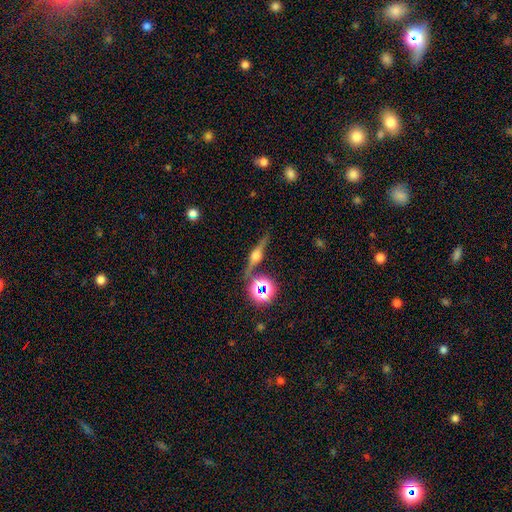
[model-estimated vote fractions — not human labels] smooth_or_featured: featured or disk (p=0.73) [alt: smooth p=0.14]
disk_edge_on: yes (p=0.95) [alt: no p=0.05]
edge_on_bulge: rounded (p=0.92) [alt: boxy p=0.06]
merging: none (p=0.79) [alt: minor disturbance p=0.11]